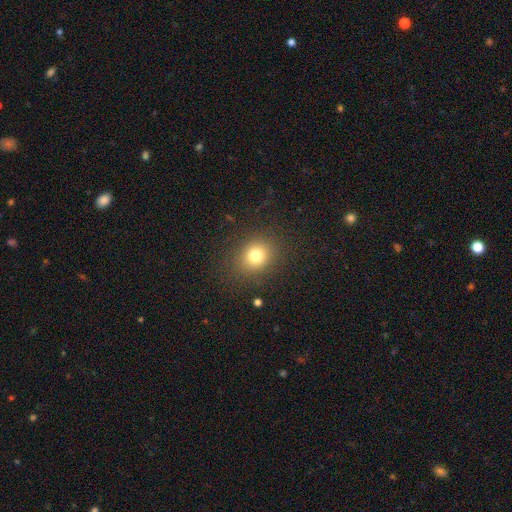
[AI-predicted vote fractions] This appears to be a smooth galaxy with no disk features (77%) that is round (71%). Merging: none (86%).